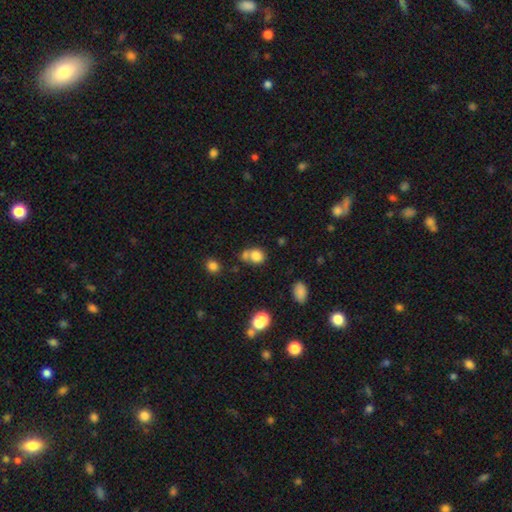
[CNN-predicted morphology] This is likely a smooth galaxy (78%). How rounded: likely round (65%). Merging: marginally none (42%).